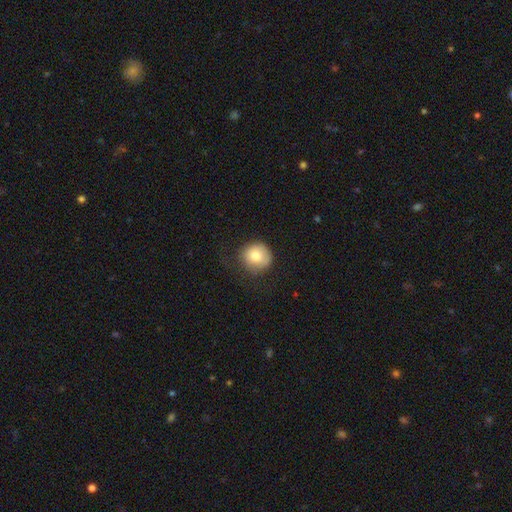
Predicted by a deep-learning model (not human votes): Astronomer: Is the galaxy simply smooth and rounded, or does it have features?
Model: smooth — 81%.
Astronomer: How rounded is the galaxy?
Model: round — 86%.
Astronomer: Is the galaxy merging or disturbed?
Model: none — 67%.